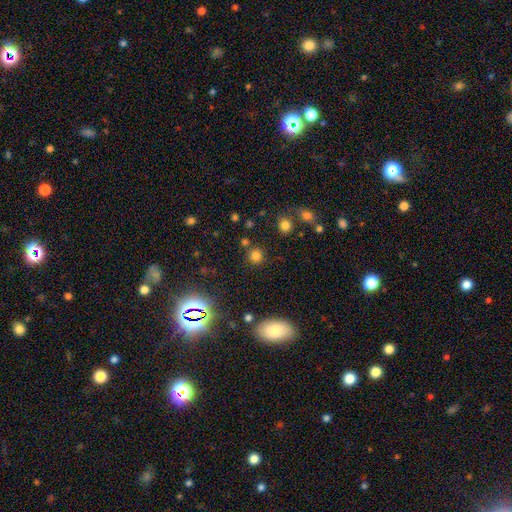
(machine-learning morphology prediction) A smooth galaxy with no disk features (74%) that is round (91%). Merging: none (84%).